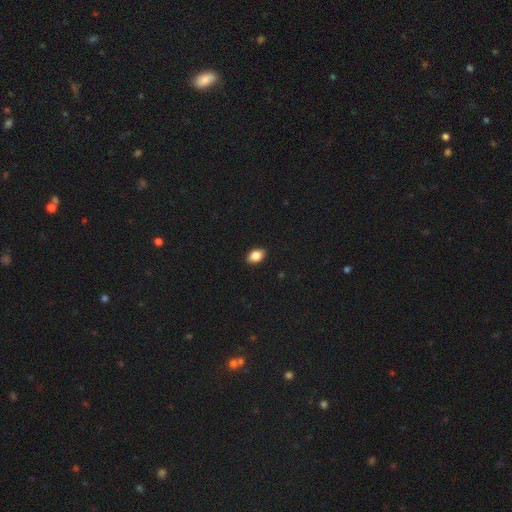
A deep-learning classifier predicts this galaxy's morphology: Smooth or featured: smooth — 86% (star or artifact — 8%)
How rounded: in between — 87% (round — 12%)
Merging: none — 90% (minor disturbance — 8%)